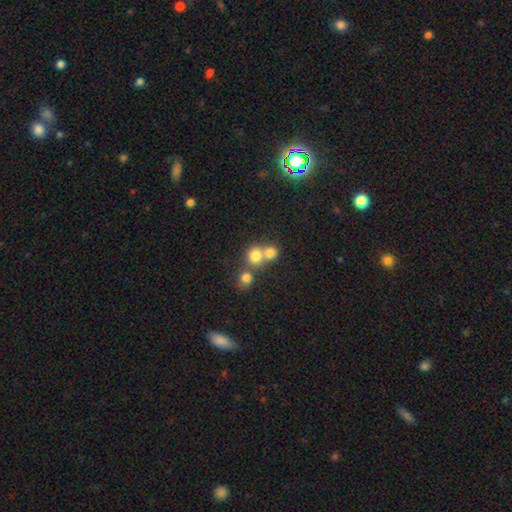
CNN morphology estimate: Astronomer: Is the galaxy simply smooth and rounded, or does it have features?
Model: smooth — 76%.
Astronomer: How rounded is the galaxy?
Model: round — 84%.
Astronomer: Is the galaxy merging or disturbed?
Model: merger — 50% (runner-up: none, 41%).